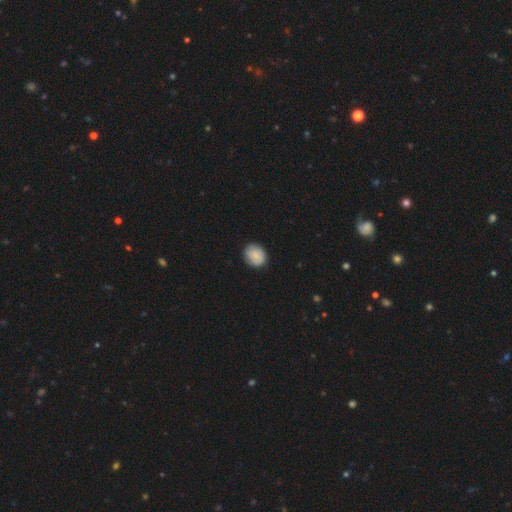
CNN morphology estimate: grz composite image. It shows a smooth galaxy with no disk features (74%) that is round (71%). Merging: none (82%).